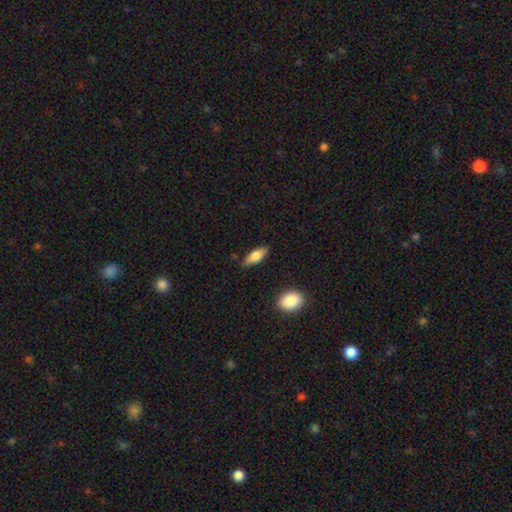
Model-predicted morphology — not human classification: Smooth or featured? Predicted: smooth (p=0.67). How rounded? Predicted: in between (p=0.67). Merging? Predicted: none (p=0.81).